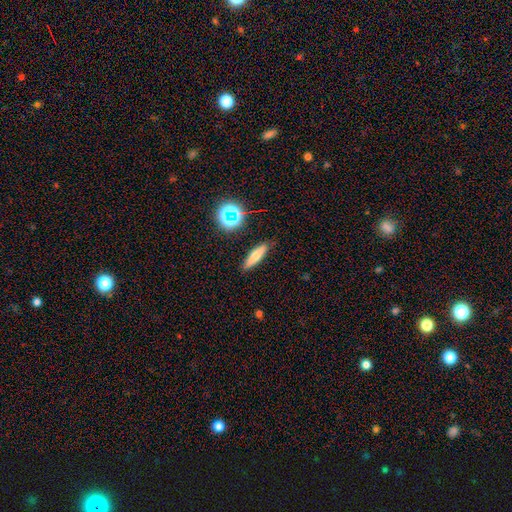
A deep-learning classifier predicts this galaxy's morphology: smooth-or-featured: smooth: 65% | featured or disk: 23% | star or artifact: 12%
  how-rounded: cigar-shaped: 77% | in between: 20% | round: 3%
  merging: none: 87% | minor disturbance: 9% | major disturbance: 2% | merger: 2%